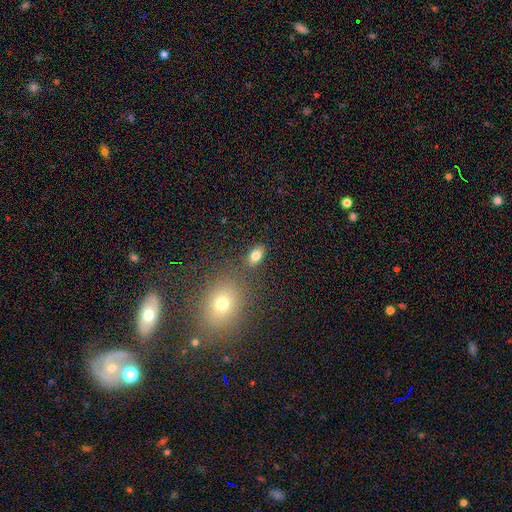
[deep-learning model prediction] Q: Smooth or featured?
A: smooth (79%); runner-up: star or artifact (11%)
Q: How rounded?
A: in between (87%); runner-up: round (9%)
Q: Merging?
A: none (79%); runner-up: minor disturbance (10%)